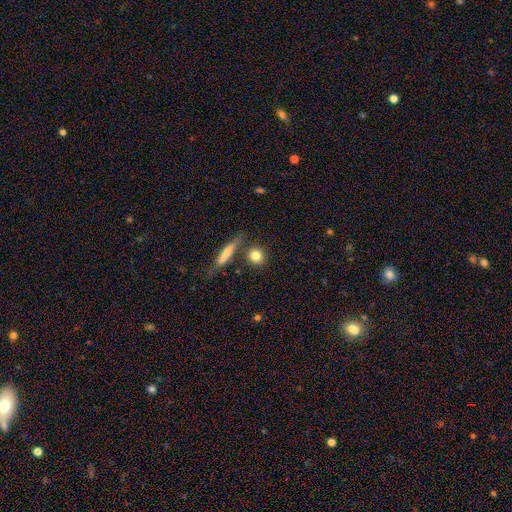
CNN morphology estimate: type=smooth (82%); roundness=round (82%); merging=none (76%).